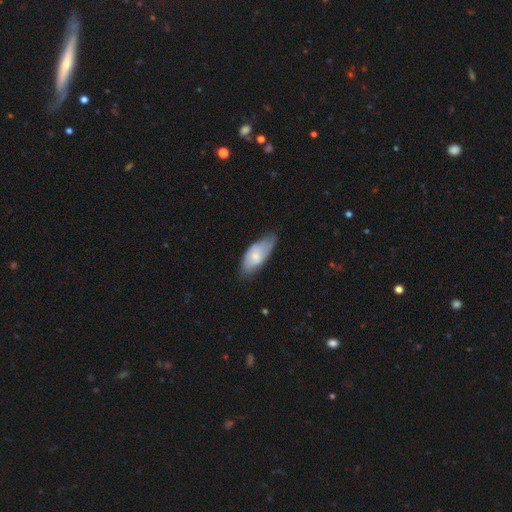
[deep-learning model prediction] smooth_or_featured: smooth (p=0.64) [alt: featured or disk p=0.30]
how_rounded: in between (p=0.88) [alt: cigar-shaped p=0.10]
merging: none (p=0.48) [alt: minor disturbance p=0.39]